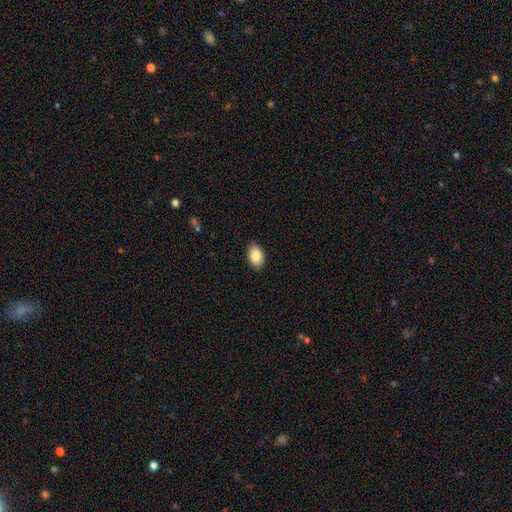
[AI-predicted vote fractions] Q: Smooth or featured?
A: smooth (87%); runner-up: star or artifact (7%)
Q: How rounded?
A: in between (91%); runner-up: round (8%)
Q: Merging?
A: none (89%); runner-up: minor disturbance (8%)